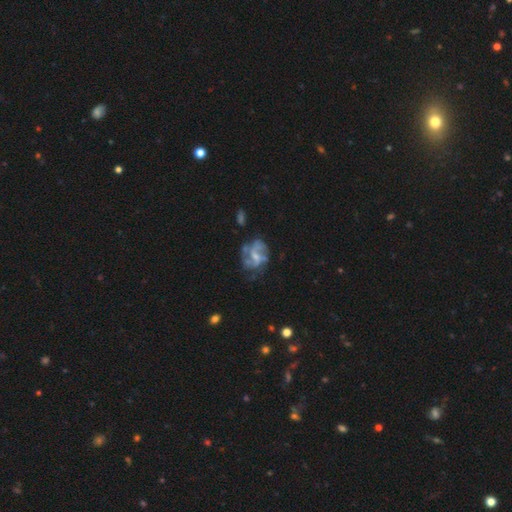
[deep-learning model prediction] A featured or disk galaxy (77%) with a weak bar (46%), 2 (43%) medium (46%) spiral arms (80%) and a small central bulge (49%).

Vote fractions:
- Smooth or featured? featured or disk: 77% / smooth: 16% / star or artifact: 7%
- Edge-on disk? no: 98% / yes: 2%
- Bar? weak: 46% / no: 42% / strong: 11%
- Spiral arms? yes: 80% / no: 20%
- Spiral winding? medium: 46% / loose: 34% / tight: 21%
- Spiral arm count? 2: 43% / can't tell: 26% / 3: 18% / 4: 5% / 1: 5% / more than 4: 3%
- Bulge size? small: 49% / moderate: 35% / none: 13% / large: 2% / dominant: 1%
- Merging? none: 51% / minor disturbance: 22% / major disturbance: 20% / merger: 6%